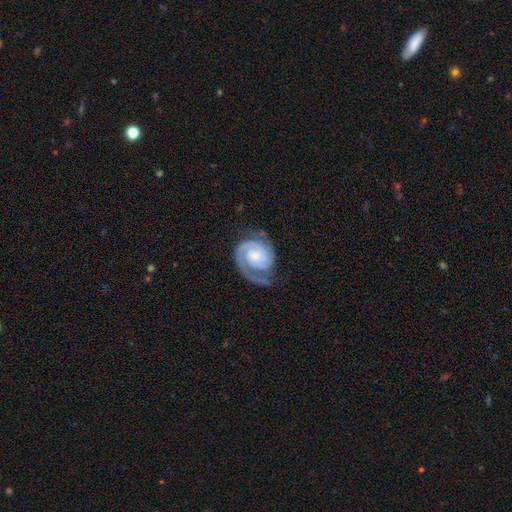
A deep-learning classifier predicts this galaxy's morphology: A featured or disk galaxy (89%) with no bar (68%), 2 (64%) tight (66%) spiral arms (98%) and a small central bulge (55%).

Vote fractions:
- Smooth or featured? featured or disk: 89% / smooth: 7% / star or artifact: 4%
- Edge-on disk? no: 98% / yes: 2%
- Bar? no: 68% / weak: 26% / strong: 6%
- Spiral arms? yes: 98% / no: 2%
- Spiral winding? tight: 66% / medium: 28% / loose: 6%
- Spiral arm count? 2: 64% / 1: 22% / can't tell: 5% / 3: 5% / 4: 2% / more than 4: 2%
- Bulge size? small: 55% / moderate: 33% / none: 7% / large: 4% / dominant: 1%
- Merging? none: 62% / minor disturbance: 21% / major disturbance: 15% / merger: 2%